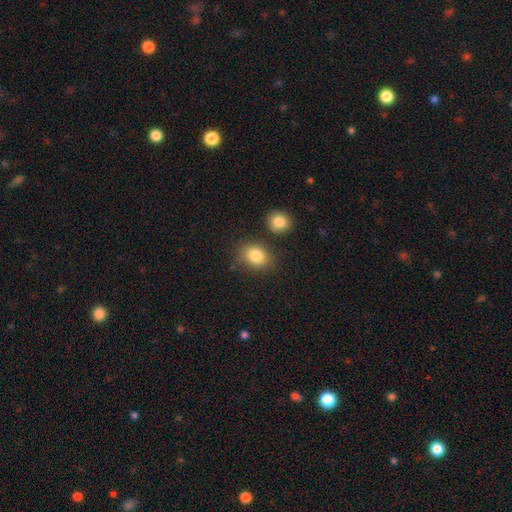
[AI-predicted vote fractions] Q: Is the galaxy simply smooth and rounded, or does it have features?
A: smooth — 83%.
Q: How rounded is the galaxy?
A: in between — 53%.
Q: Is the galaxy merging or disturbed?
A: none — 72%.